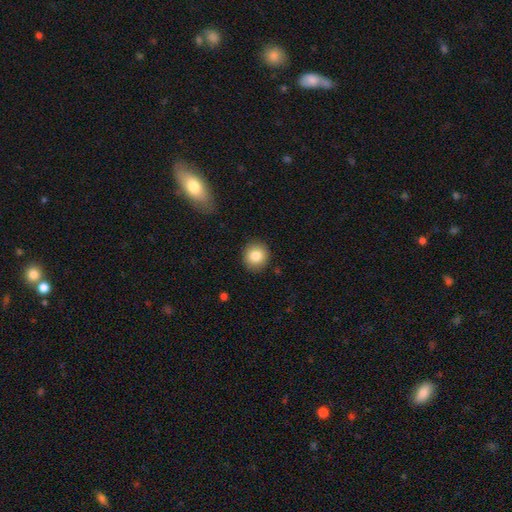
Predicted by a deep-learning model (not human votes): This is clearly a smooth galaxy (84%). How rounded: clearly round (88%). Merging: clearly none (90%).